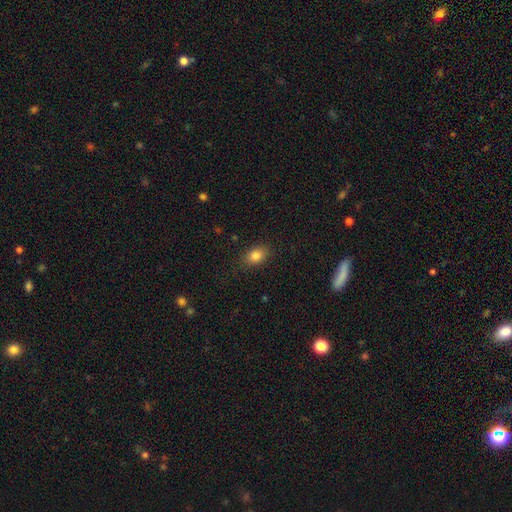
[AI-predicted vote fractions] smooth-or-featured: smooth: 83% | star or artifact: 9% | featured or disk: 7%
  how-rounded: in between: 79% | round: 19% | cigar-shaped: 2%
  merging: none: 85% | minor disturbance: 11% | major disturbance: 3% | merger: 1%